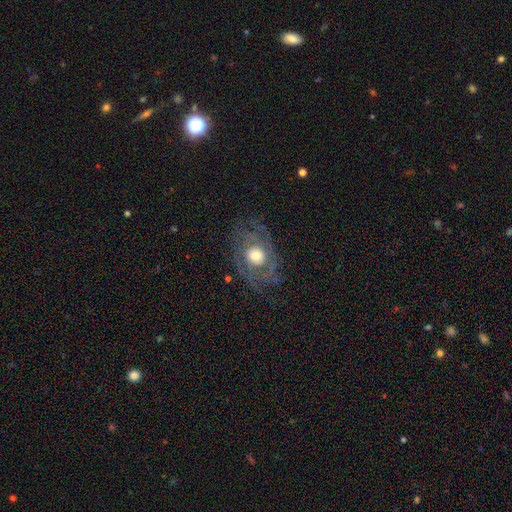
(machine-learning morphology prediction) Smooth or featured? Predicted: featured or disk (p=0.68). Edge-on disk? Predicted: no (p=0.94). Bar? Predicted: no (p=0.82). Spiral arms? Predicted: yes (p=0.70). Bulge size? Predicted: moderate (p=0.58). Merging? Predicted: none (p=0.67).